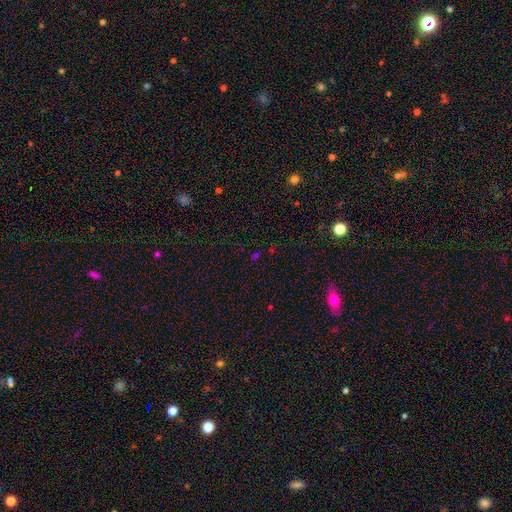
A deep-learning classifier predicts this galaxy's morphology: This is possibly a star or artifact rather than a galaxy (53%).